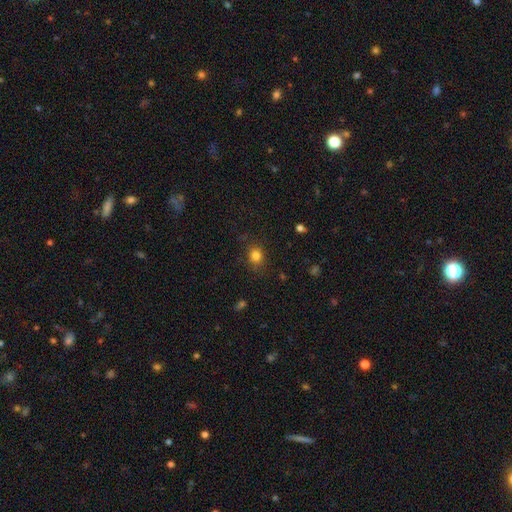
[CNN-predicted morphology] smooth-or-featured: smooth: 81% | star or artifact: 13% | featured or disk: 6%
  how-rounded: round: 71% | in between: 28% | cigar-shaped: 1%
  merging: none: 81% | minor disturbance: 14% | major disturbance: 4% | merger: 2%